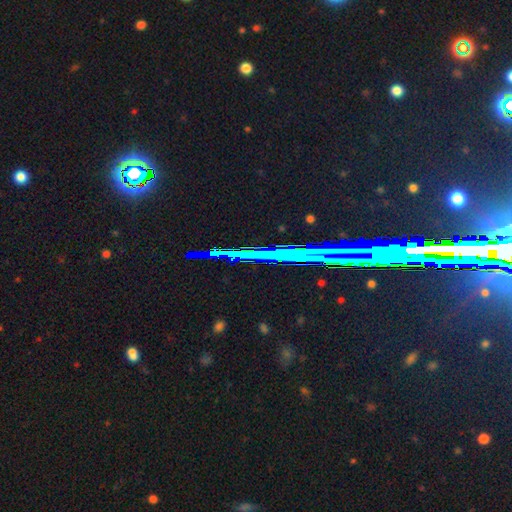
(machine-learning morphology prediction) Smooth or featured?
  - star or artifact: 69% *
  - featured or disk: 17%
  - smooth: 14%